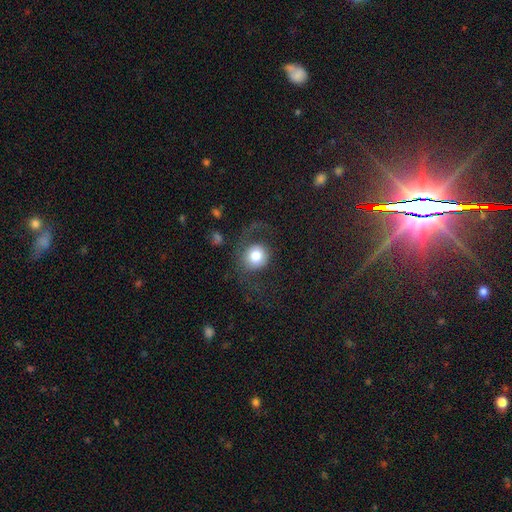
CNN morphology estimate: Overall: smooth (68%). How rounded: round (86%). Merging: none (51%; major disturbance 30%).